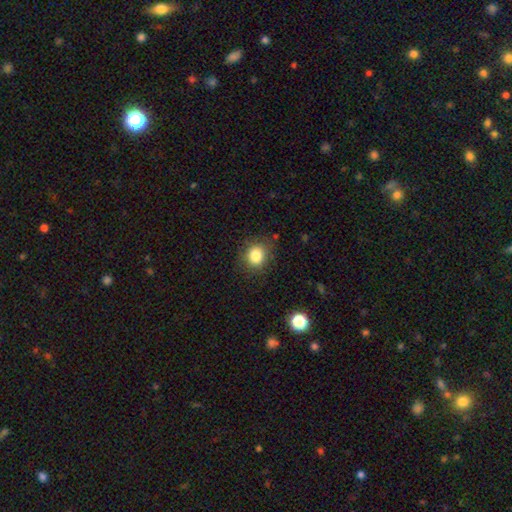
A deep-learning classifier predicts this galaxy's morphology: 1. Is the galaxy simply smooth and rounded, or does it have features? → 83% smooth, 11% star or artifact, 6% featured or disk.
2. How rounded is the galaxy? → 78% round, 21% in between, 1% cigar-shaped.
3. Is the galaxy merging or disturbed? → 84% none, 11% minor disturbance, 3% major disturbance, 1% merger.